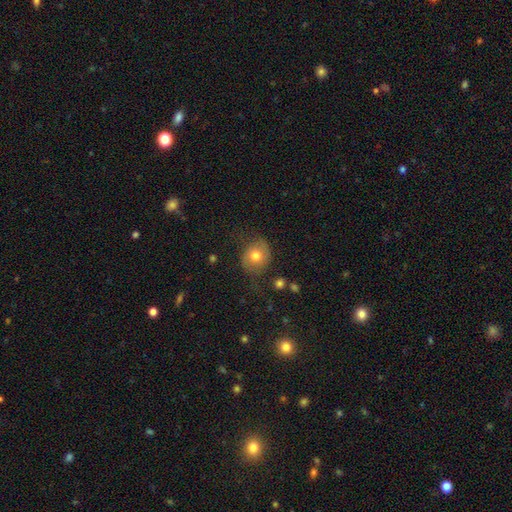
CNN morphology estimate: Overall: smooth (60%; featured or disk 30%). How rounded: round (70%). Merging: none (62%; minor disturbance 23%).